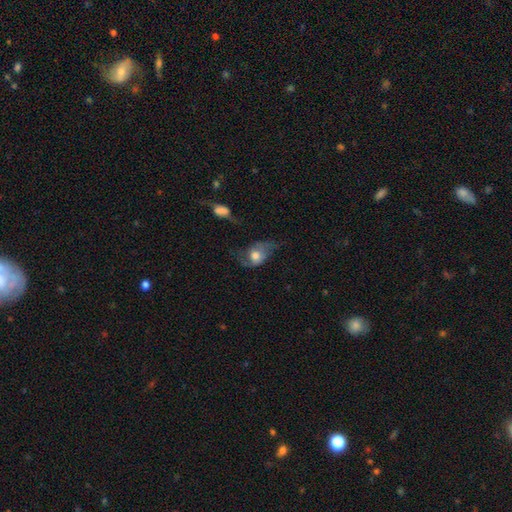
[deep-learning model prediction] The model was most divided on "smooth or featured": smooth: 49%, featured or disk: 43%, star or artifact: 8%. Remaining: merging — major disturbance (39%).